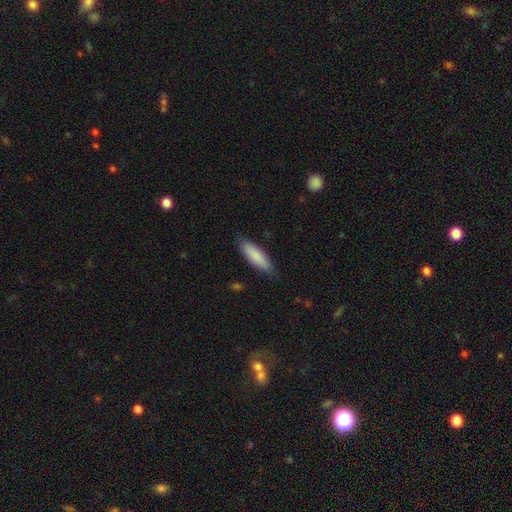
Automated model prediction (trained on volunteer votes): smooth-or-featured: smooth: 86% | featured or disk: 9% | star or artifact: 5%
  how-rounded: cigar-shaped: 55% | in between: 43% | round: 1%
  merging: none: 85% | minor disturbance: 12% | major disturbance: 2% | merger: 1%